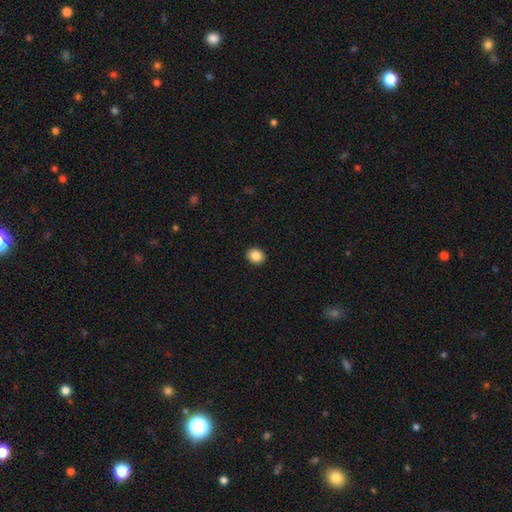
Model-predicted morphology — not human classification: smooth_or_featured: smooth (p=0.86) [alt: star or artifact p=0.09]
how_rounded: round (p=0.62) [alt: in between p=0.37]
merging: none (p=0.92) [alt: minor disturbance p=0.05]